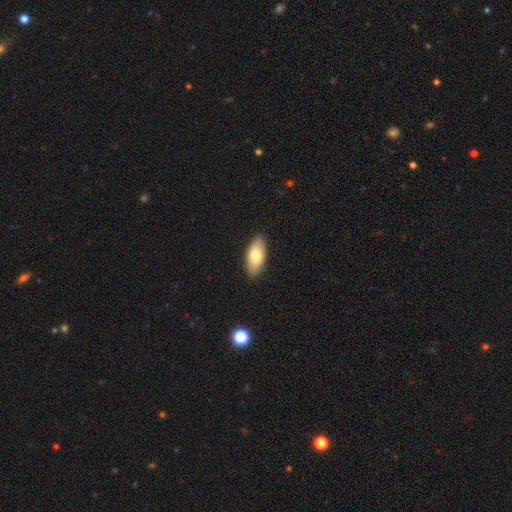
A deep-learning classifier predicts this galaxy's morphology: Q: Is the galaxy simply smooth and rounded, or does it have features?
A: smooth — 75%.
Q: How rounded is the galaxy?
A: in between — 89%.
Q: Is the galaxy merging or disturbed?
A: none — 88%.